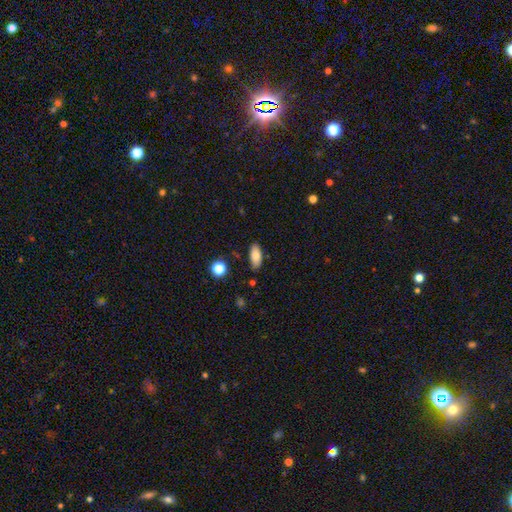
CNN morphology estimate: This appears to be a smooth galaxy with no disk features (82%) that is in between round and cigar-shaped (86%). Merging: none (84%).